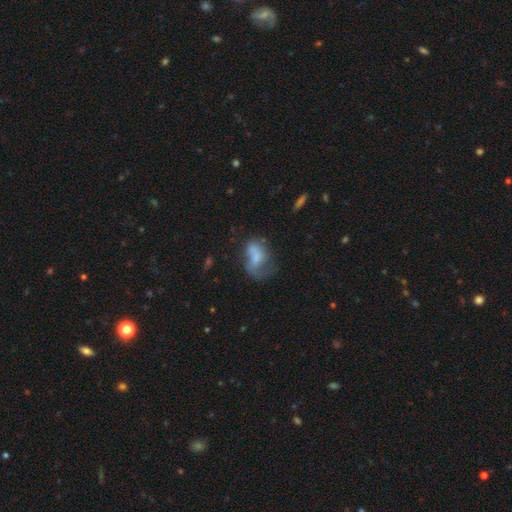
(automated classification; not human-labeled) smooth 52%, featured or disk 37%, star or artifact 11%. Down the decision tree: how rounded — in between (81%); merging — major disturbance (41%).